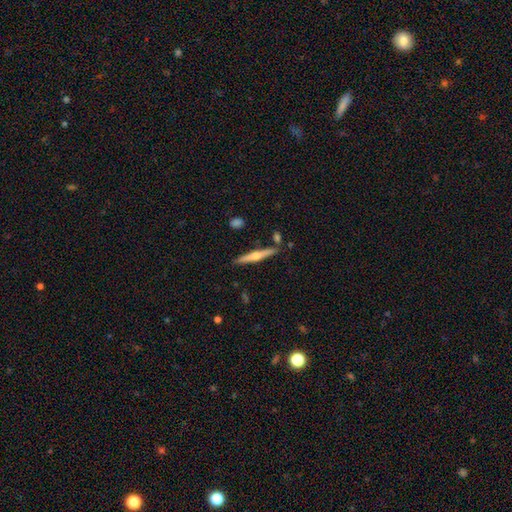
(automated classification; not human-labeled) A featured or disk galaxy (59%) viewed edge-on (97%) with a rounded central bulge (84%).

Vote fractions:
- Smooth or featured? featured or disk: 59% / smooth: 35% / star or artifact: 6%
- Edge-on disk? yes: 97% / no: 3%
- Edge-on bulge? rounded: 84% / none: 9% / boxy: 7%
- Merging? none: 85% / minor disturbance: 9% / merger: 4% / major disturbance: 2%